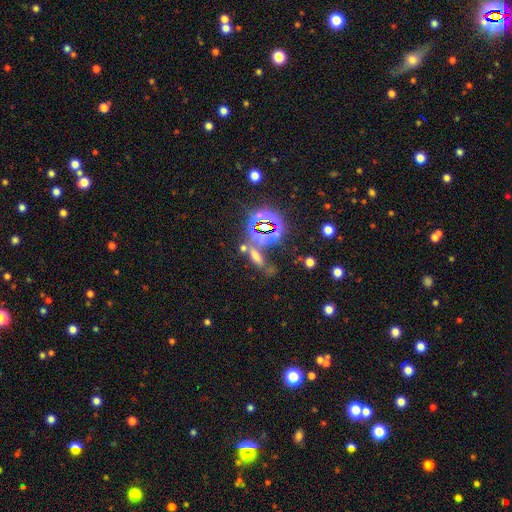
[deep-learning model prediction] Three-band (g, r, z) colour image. It shows a smooth galaxy with no disk features (47%). Merging: none (55%).